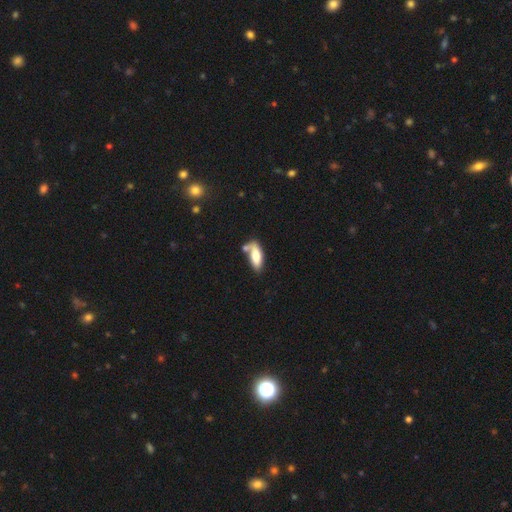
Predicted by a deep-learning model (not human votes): A smooth galaxy with no disk features (74%) that is in between round and cigar-shaped (72%).

Vote fractions:
- Smooth or featured? smooth: 74% / featured or disk: 19% / star or artifact: 6%
- How rounded? in between: 72% / cigar-shaped: 25% / round: 2%
- Merging? none: 45% / merger: 26% / minor disturbance: 21% / major disturbance: 8%